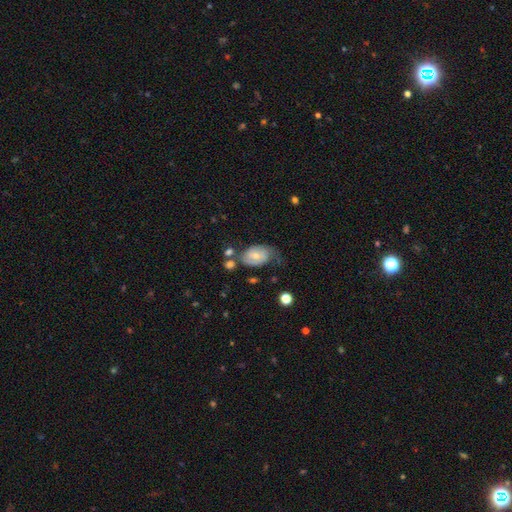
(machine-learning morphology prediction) Q: Smooth or featured?
A: smooth (48%); runner-up: featured or disk (43%)
Q: Merging?
A: none (38%); runner-up: minor disturbance (31%)